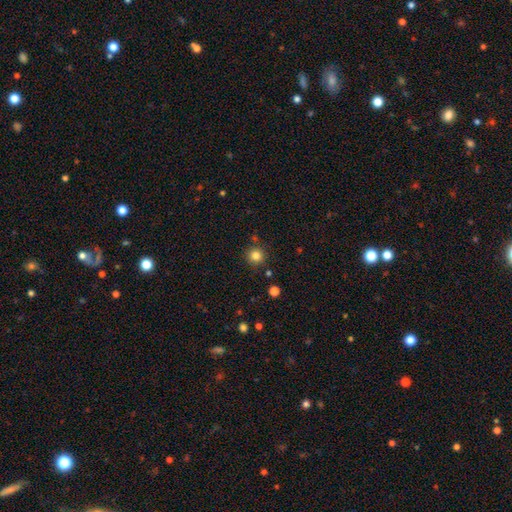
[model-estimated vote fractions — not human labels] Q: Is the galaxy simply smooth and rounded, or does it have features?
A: smooth — 82%.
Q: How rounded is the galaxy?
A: round — 93%.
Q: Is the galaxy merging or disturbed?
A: none — 86%.